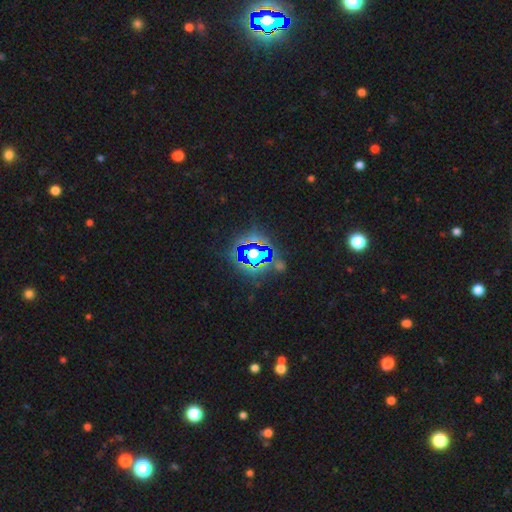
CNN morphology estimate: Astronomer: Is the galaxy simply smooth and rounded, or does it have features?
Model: star or artifact — 70%.